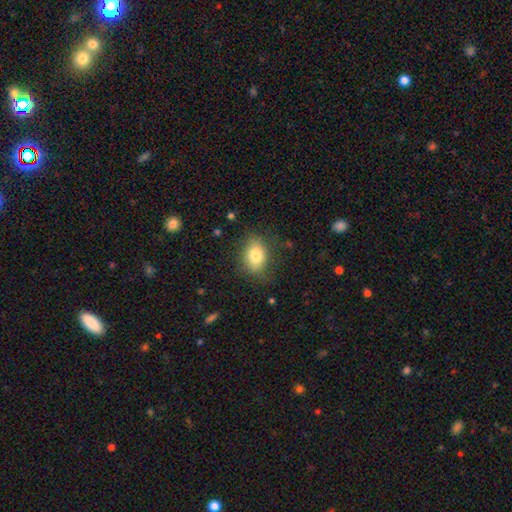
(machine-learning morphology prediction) Overall: smooth (78%). How rounded: in between (76%). Merging: none (77%).